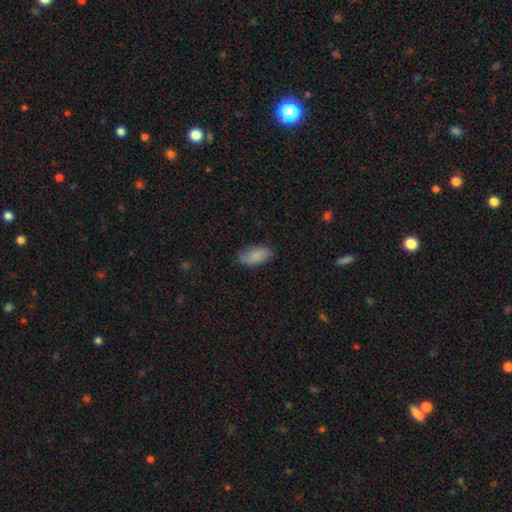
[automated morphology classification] This is clearly a smooth galaxy (87%). How rounded: clearly in between (91%). Merging: likely none (79%).